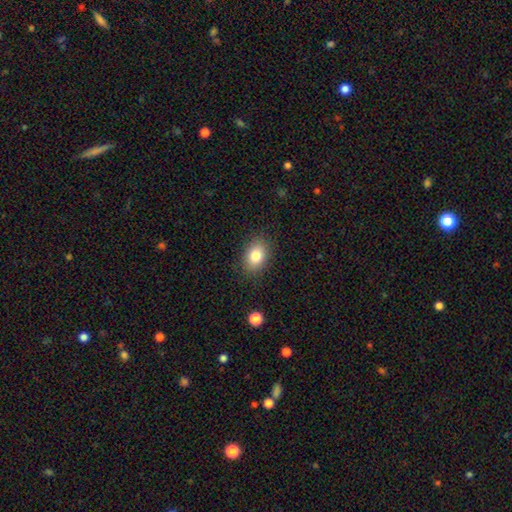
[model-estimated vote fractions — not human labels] Smooth or featured?
  - smooth: 81% *
  - featured or disk: 10%
  - star or artifact: 9%
How rounded?
  - in between: 77% *
  - round: 22%
  - cigar-shaped: 1%
Merging?
  - none: 86% *
  - minor disturbance: 10%
  - major disturbance: 3%
  - merger: 1%